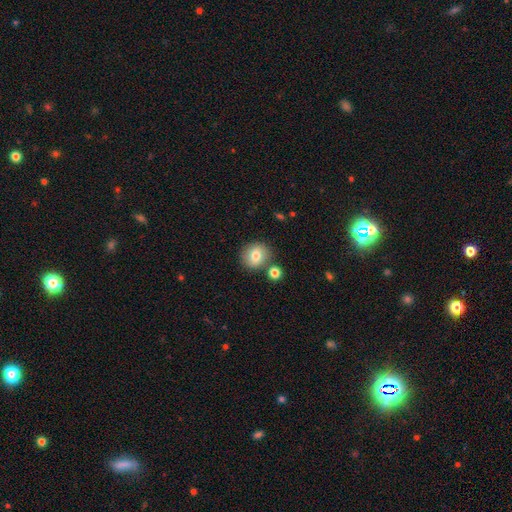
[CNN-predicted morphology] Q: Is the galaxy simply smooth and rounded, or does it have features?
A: smooth — 77%.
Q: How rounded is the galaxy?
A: round — 84%.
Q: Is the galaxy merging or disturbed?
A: none — 77%.